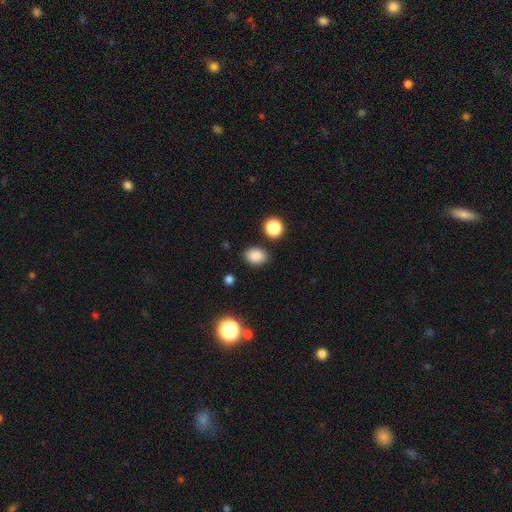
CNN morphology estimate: Q: Smooth or featured?
A: smooth (85%); runner-up: star or artifact (10%)
Q: How rounded?
A: in between (74%); runner-up: round (25%)
Q: Merging?
A: none (83%); runner-up: minor disturbance (11%)